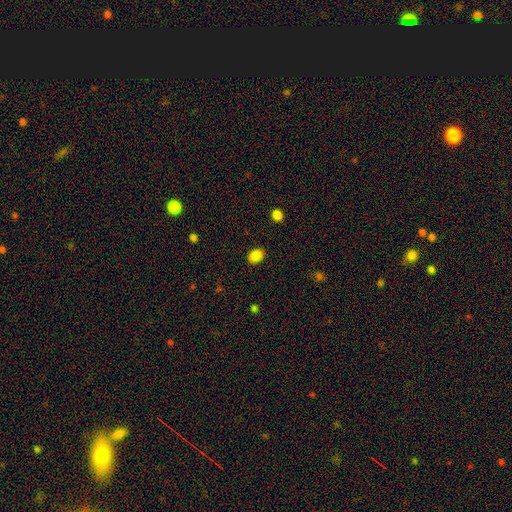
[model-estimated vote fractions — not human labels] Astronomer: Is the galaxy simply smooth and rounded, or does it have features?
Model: smooth — 87%.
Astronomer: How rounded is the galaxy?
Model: in between — 69%.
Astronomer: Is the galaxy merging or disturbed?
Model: none — 88%.